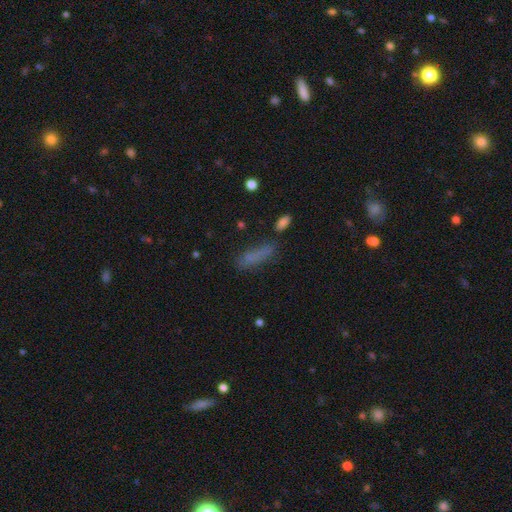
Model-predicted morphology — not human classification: Smooth or featured: smooth — 69% (star or artifact — 16%)
How rounded: cigar-shaped — 65% (in between — 32%)
Merging: none — 59% (minor disturbance — 21%)